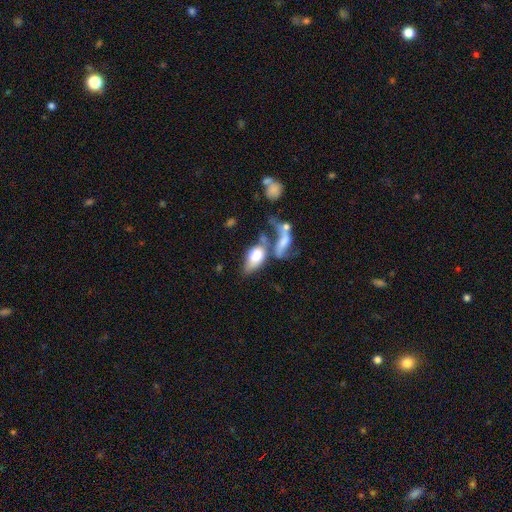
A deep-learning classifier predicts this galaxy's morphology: Smooth or featured?
  - smooth: 63% *
  - featured or disk: 29%
  - star or artifact: 8%
How rounded?
  - in between: 87% *
  - round: 7%
  - cigar-shaped: 6%
Merging?
  - merger: 47% *
  - none: 21%
  - major disturbance: 19%
  - minor disturbance: 12%